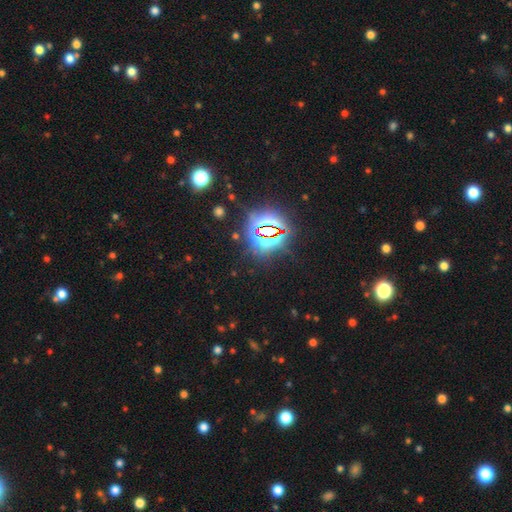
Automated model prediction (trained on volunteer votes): Overall: star or artifact (80%).